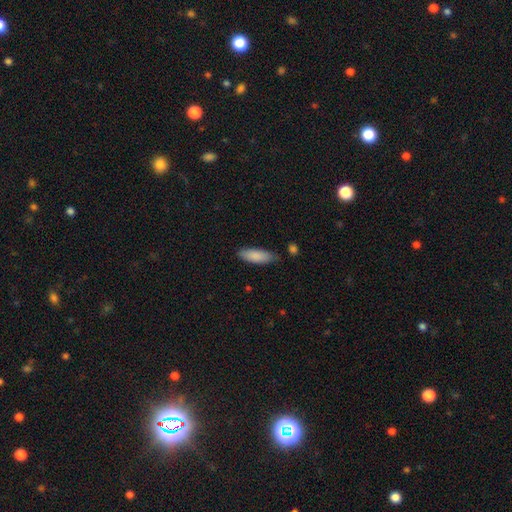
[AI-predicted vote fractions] Morphology: type=smooth (87%); roundness=in between (65%); merging=none (79%).